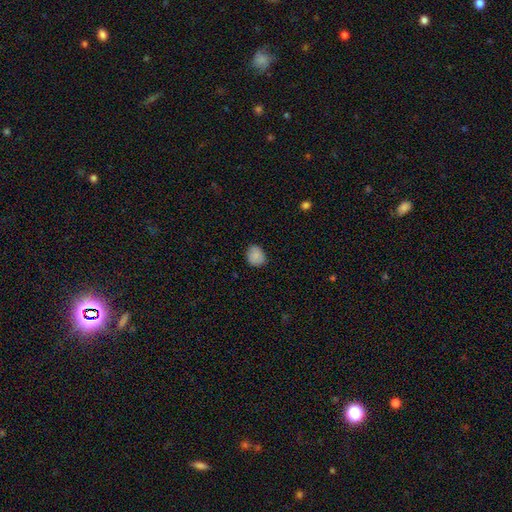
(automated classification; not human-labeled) This appears to be a smooth galaxy with no disk features (85%) that is round (64%). Merging: none (81%).